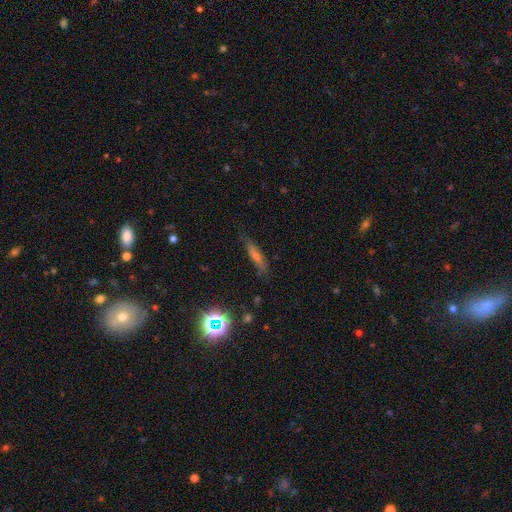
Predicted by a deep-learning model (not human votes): smooth-or-featured: smooth: 50% | featured or disk: 32% | star or artifact: 18%
  how-rounded: cigar-shaped: 80% | in between: 16% | round: 4%
  merging: none: 79% | minor disturbance: 16% | major disturbance: 4% | merger: 2%